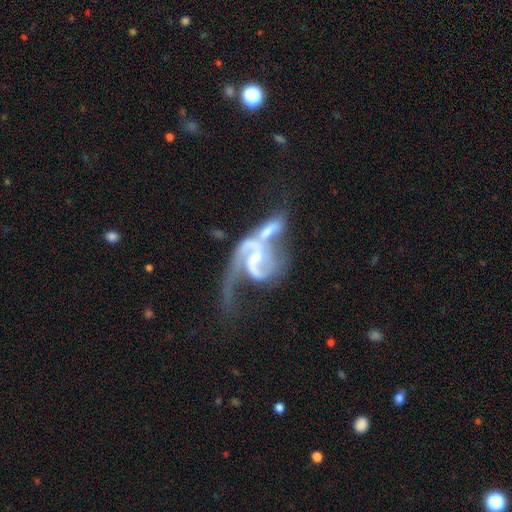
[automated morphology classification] smooth_or_featured: featured or disk (p=0.87) [alt: smooth p=0.08]
disk_edge_on: no (p=0.97) [alt: yes p=0.03]
bar: weak (p=0.43) [alt: no p=0.33]
has_spiral_arms: yes (p=0.94) [alt: no p=0.06]
spiral_winding: loose (p=0.48) [alt: medium p=0.38]
spiral_arm_count: 2 (p=0.73) [alt: 1 p=0.15]
bulge_size: small (p=0.49) [alt: moderate p=0.28]
merging: merger (p=0.58) [alt: major disturbance p=0.21]